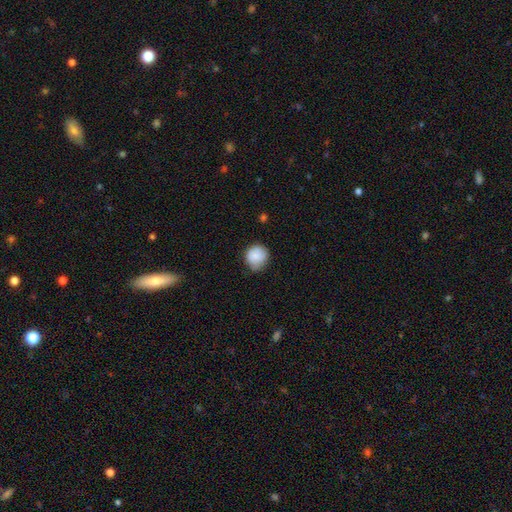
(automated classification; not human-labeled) Morphology: type=smooth (86%); roundness=round (87%); merging=none (65%).